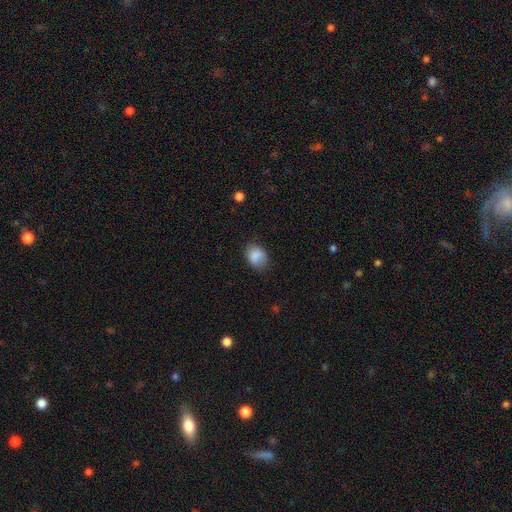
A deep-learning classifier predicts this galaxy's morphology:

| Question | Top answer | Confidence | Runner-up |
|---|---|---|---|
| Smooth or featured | smooth | 86% | star or artifact (8%) |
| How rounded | in between | 59% | round (40%) |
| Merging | none | 74% | minor disturbance (20%) |